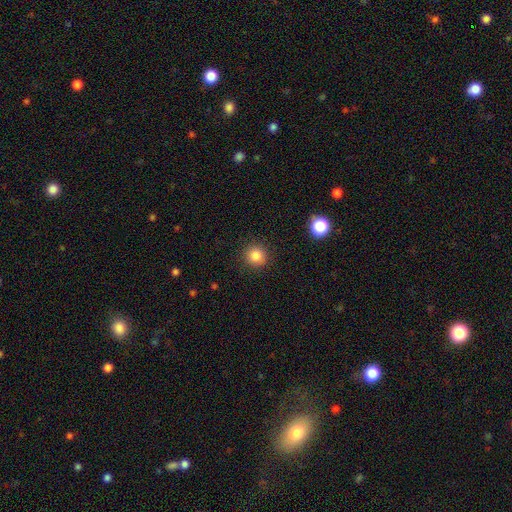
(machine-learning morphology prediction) A smooth galaxy with no disk features (84%) that is round (93%). Merging: none (91%).